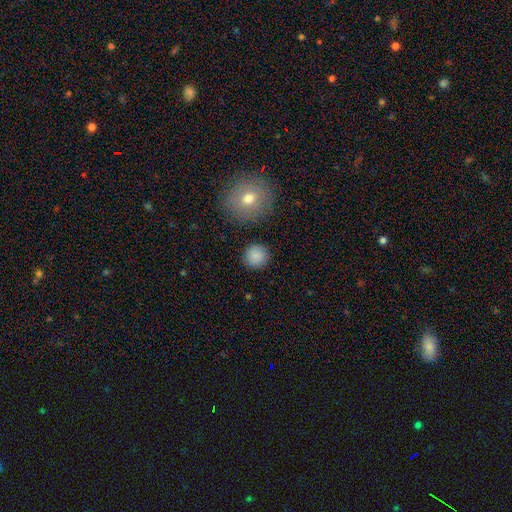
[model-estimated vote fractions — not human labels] A smooth galaxy with no disk features (86%) that is round (92%). Merging: none (88%).